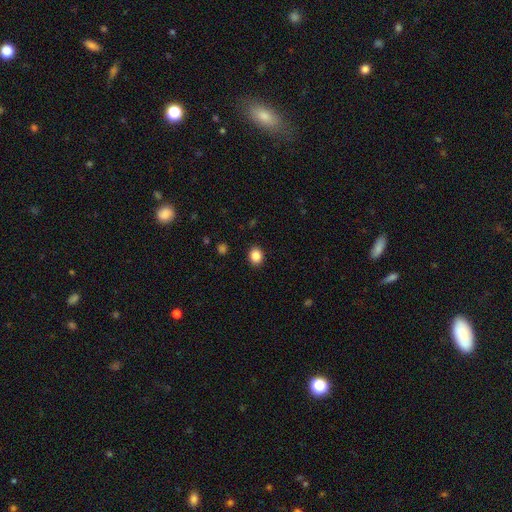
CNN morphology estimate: smooth_or_featured: smooth (p=0.87) [alt: star or artifact p=0.10]
how_rounded: round (p=0.61) [alt: in between p=0.38]
merging: none (p=0.90) [alt: minor disturbance p=0.06]